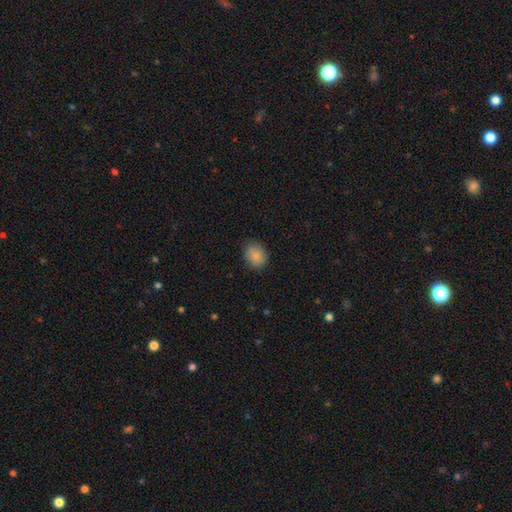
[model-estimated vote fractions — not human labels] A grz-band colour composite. It shows a smooth galaxy with no disk features (86%) that is round (62%). Merging: none (82%).